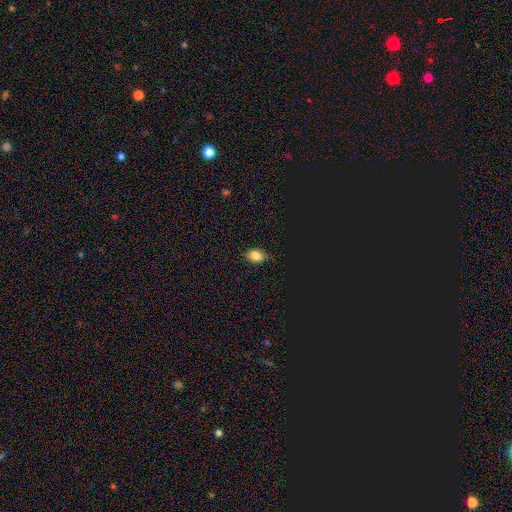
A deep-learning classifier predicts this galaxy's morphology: smooth-or-featured: smooth: 79% | star or artifact: 15% | featured or disk: 6%
  how-rounded: in between: 70% | round: 29% | cigar-shaped: 2%
  merging: none: 83% | minor disturbance: 13% | major disturbance: 2% | merger: 1%